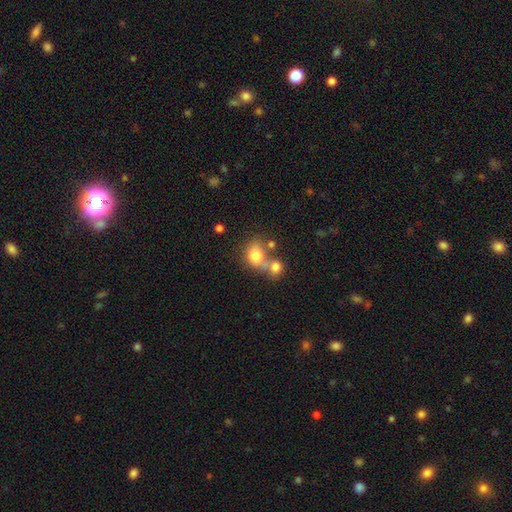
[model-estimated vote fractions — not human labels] This appears to be a smooth galaxy with no disk features (76%) that is round (51%). Merging: merger (50%).